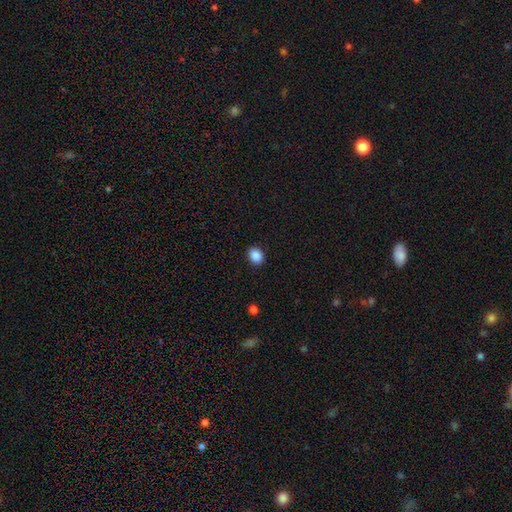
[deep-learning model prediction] Smooth or featured? Predicted: smooth (p=0.89). How rounded? Predicted: in between (p=0.54). Merging? Predicted: none (p=0.90).